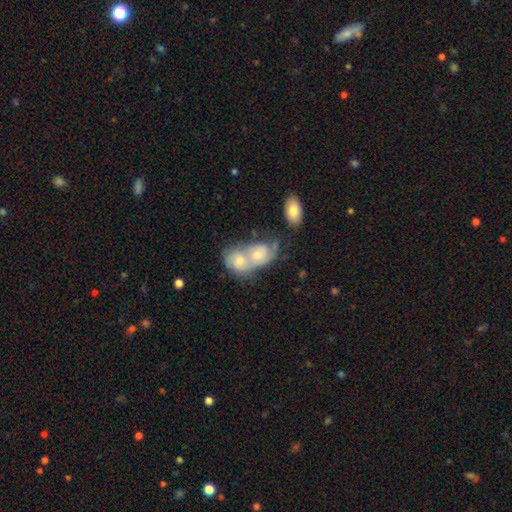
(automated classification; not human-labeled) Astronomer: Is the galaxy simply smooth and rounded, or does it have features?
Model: featured or disk — 58% (runner-up: smooth, 33%).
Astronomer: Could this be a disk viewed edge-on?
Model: no — 96%.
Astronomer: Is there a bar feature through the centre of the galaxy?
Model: no — 77%.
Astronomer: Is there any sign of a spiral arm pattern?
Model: yes — 77%.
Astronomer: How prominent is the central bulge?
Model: moderate — 51% (runner-up: small, 38%).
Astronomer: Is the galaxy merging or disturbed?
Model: merger — 73%.